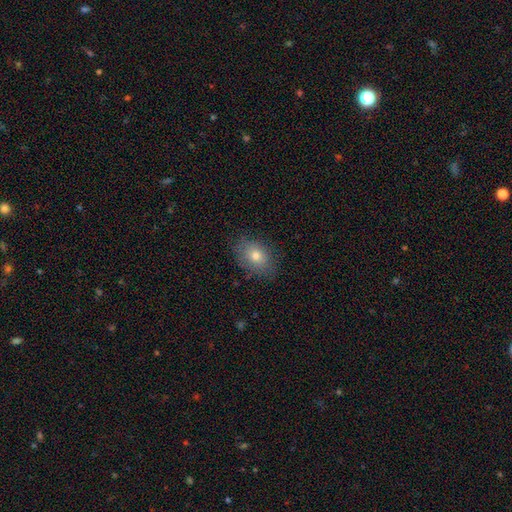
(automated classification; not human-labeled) This appears to be a smooth galaxy with no disk features (76%) that is in between round and cigar-shaped (76%). Merging: none (83%).